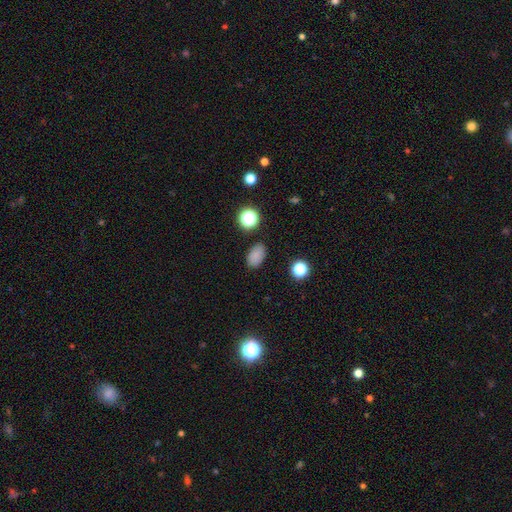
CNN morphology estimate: A smooth galaxy with no disk features (82%) that is in between round and cigar-shaped (88%). Merging: none (85%).